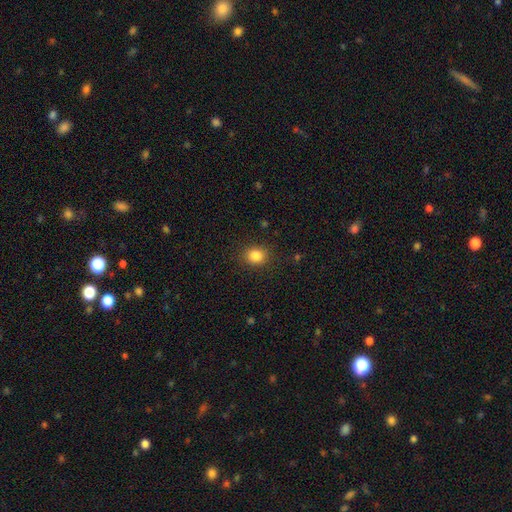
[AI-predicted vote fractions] smooth-or-featured: smooth: 84% | star or artifact: 11% | featured or disk: 5%
  how-rounded: round: 69% | in between: 31% | cigar-shaped: 1%
  merging: none: 88% | minor disturbance: 8% | major disturbance: 3% | merger: 1%